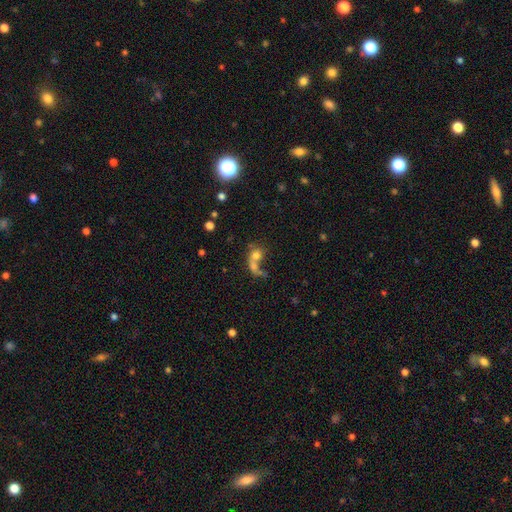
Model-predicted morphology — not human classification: A smooth galaxy with no disk features (62%) that is round (60%).

Vote fractions:
- Smooth or featured? smooth: 62% / featured or disk: 24% / star or artifact: 14%
- How rounded? round: 60% / in between: 37% / cigar-shaped: 3%
- Merging? merger: 59% / none: 20% / major disturbance: 13% / minor disturbance: 7%